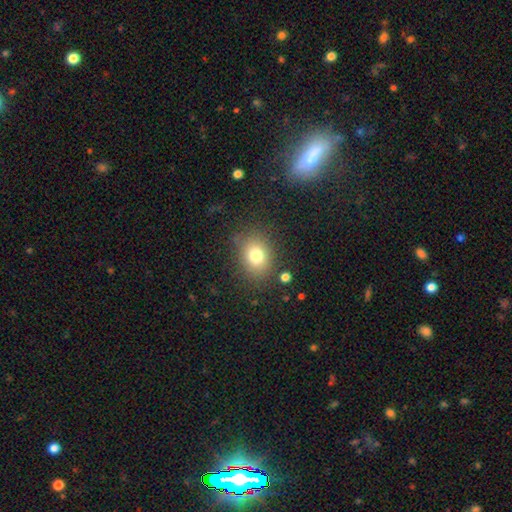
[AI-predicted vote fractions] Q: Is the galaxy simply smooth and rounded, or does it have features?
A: smooth — 76%.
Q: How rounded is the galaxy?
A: round — 52%.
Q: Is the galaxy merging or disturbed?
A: none — 81%.